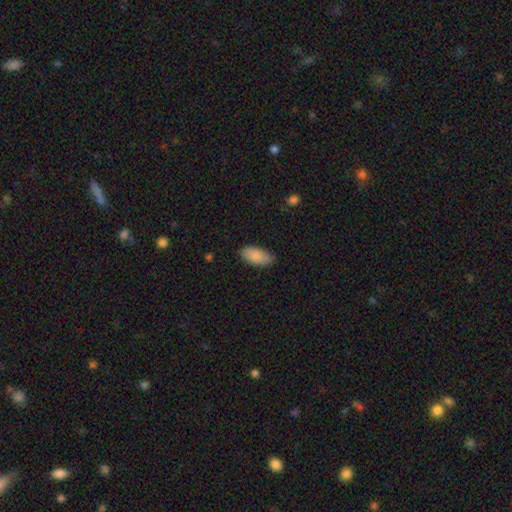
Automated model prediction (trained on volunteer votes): Overall: smooth (89%). How rounded: in between (93%). Merging: none (83%).